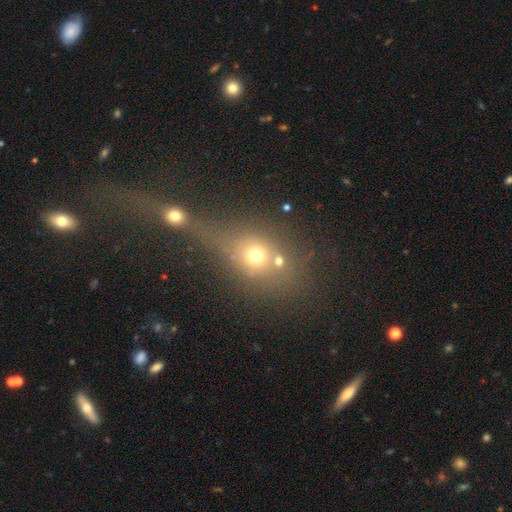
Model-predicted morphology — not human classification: The model was most divided on "merging": merger: 48%, none: 33%, major disturbance: 10%, minor disturbance: 9%. More confident: how rounded — round (60%); smooth or featured — smooth (59%).